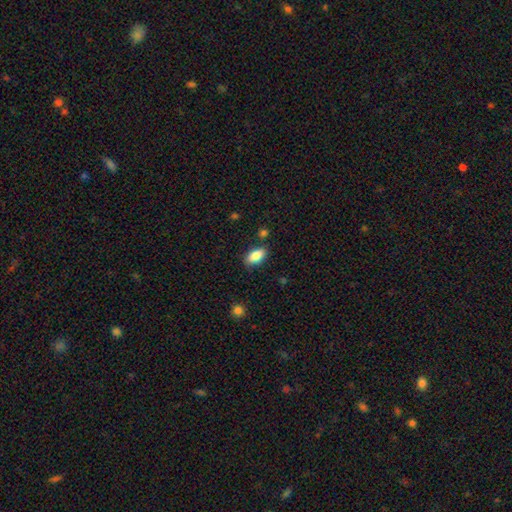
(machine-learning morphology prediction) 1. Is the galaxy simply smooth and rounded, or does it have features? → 85% smooth, 7% featured or disk, 7% star or artifact.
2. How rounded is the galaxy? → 91% in between, 6% cigar-shaped, 4% round.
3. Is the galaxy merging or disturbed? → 81% none, 12% minor disturbance, 4% merger, 3% major disturbance.